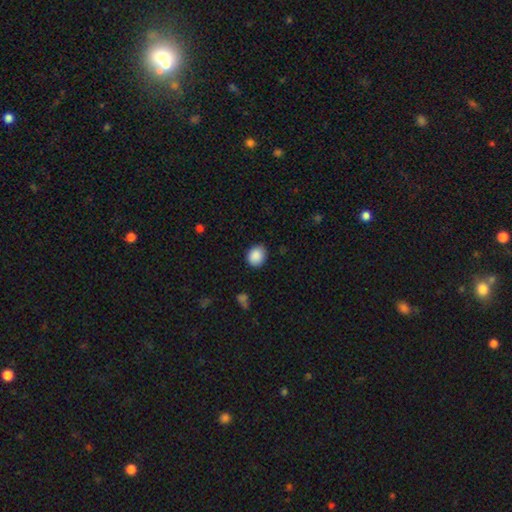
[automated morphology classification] A smooth galaxy with no disk features (89%) that is round (68%).

Vote fractions:
- Smooth or featured? smooth: 89% / star or artifact: 8% / featured or disk: 3%
- How rounded? round: 68% / in between: 31% / cigar-shaped: 1%
- Merging? none: 84% / minor disturbance: 12% / major disturbance: 3% / merger: 1%